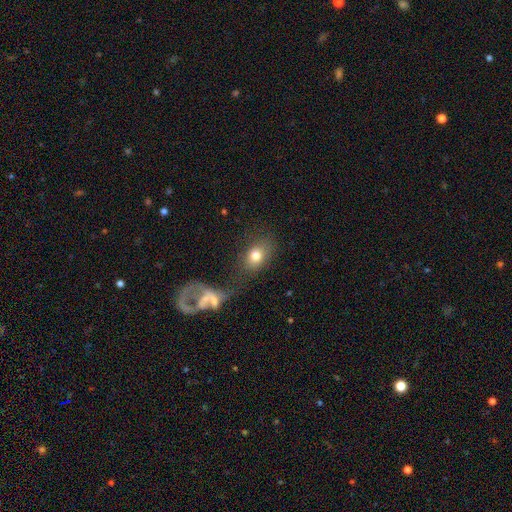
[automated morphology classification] Smooth or featured?
  - smooth: 75% *
  - featured or disk: 15%
  - star or artifact: 10%
How rounded?
  - in between: 65% *
  - round: 33%
  - cigar-shaped: 2%
Merging?
  - none: 56% *
  - merger: 19%
  - minor disturbance: 14%
  - major disturbance: 11%